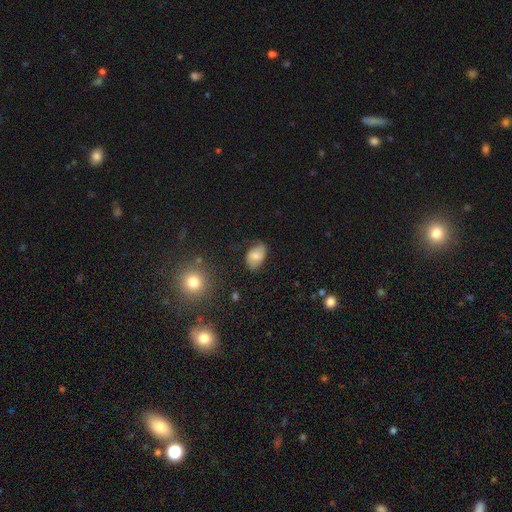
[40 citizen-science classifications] smooth 70%, featured or disk 20%, star or artifact 10%. Down the decision tree: how rounded — in between (89%); merging — none (61%).